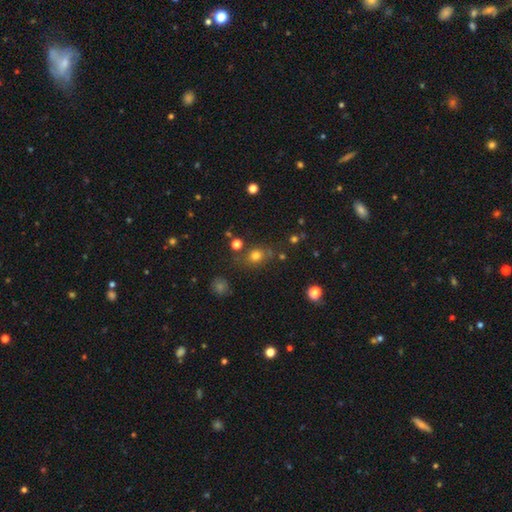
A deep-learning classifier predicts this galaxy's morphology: smooth 74%, star or artifact 18%, featured or disk 8%. Down the decision tree: how rounded — round (69%); merging — none (72%).